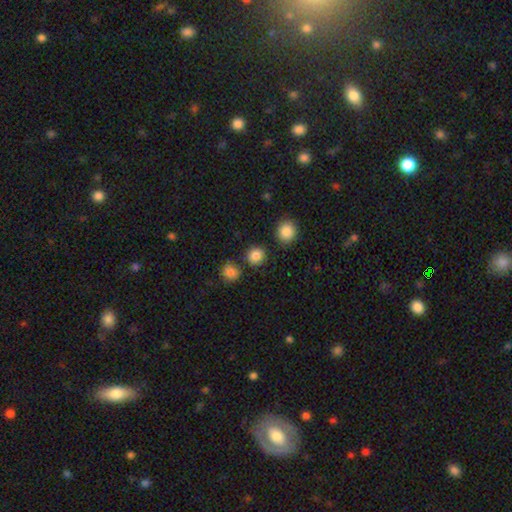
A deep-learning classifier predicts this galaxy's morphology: Smooth or featured? smooth (84%)
How rounded? round (88%)
Merging? none (82%)